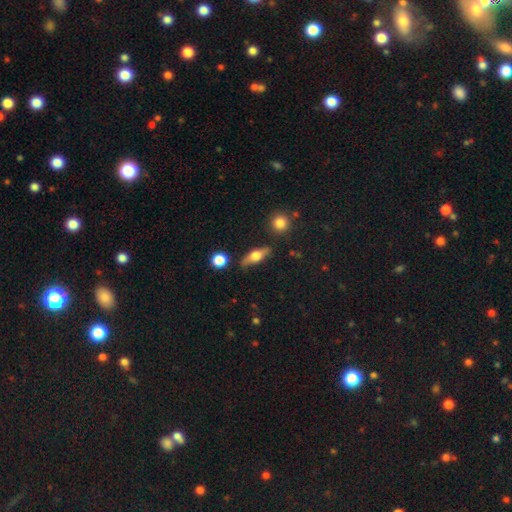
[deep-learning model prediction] Q: Smooth or featured?
A: smooth (48%); runner-up: featured or disk (45%)
Q: Merging?
A: none (80%); runner-up: minor disturbance (14%)